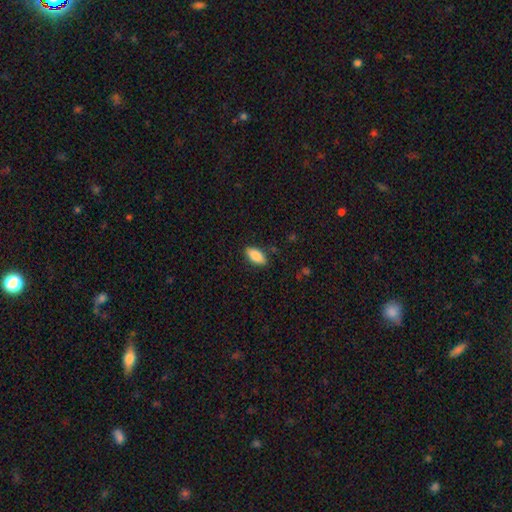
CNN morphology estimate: smooth 86%, featured or disk 8%, star or artifact 7%. Down the decision tree: how rounded — in between (88%); merging — none (87%).